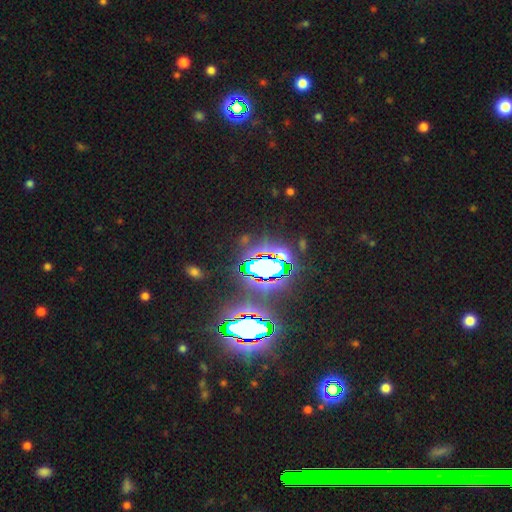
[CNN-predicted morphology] Smooth or featured?
  - star or artifact: 83% *
  - smooth: 10%
  - featured or disk: 8%